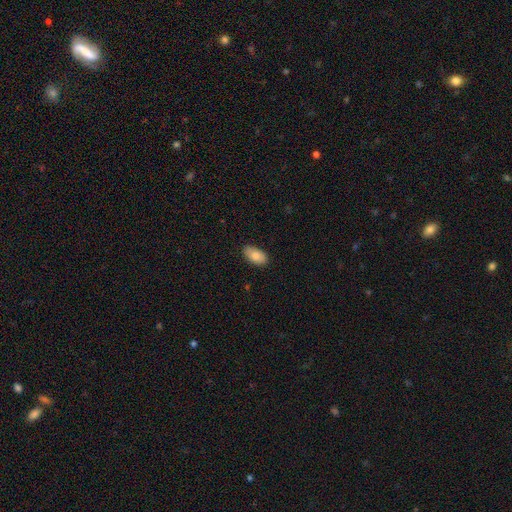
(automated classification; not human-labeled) Smooth or featured?
  - smooth: 85% *
  - featured or disk: 9%
  - star or artifact: 6%
How rounded?
  - in between: 94% *
  - round: 4%
  - cigar-shaped: 2%
Merging?
  - none: 85% *
  - minor disturbance: 12%
  - major disturbance: 2%
  - merger: 1%